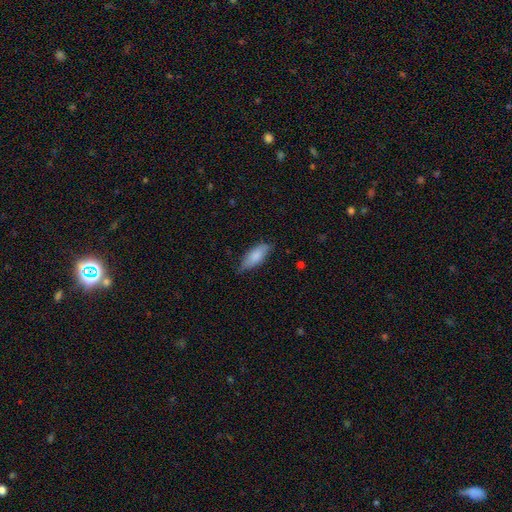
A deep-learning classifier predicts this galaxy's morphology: This is clearly a smooth galaxy (82%). How rounded: likely in between (75%). Merging: likely none (68%).